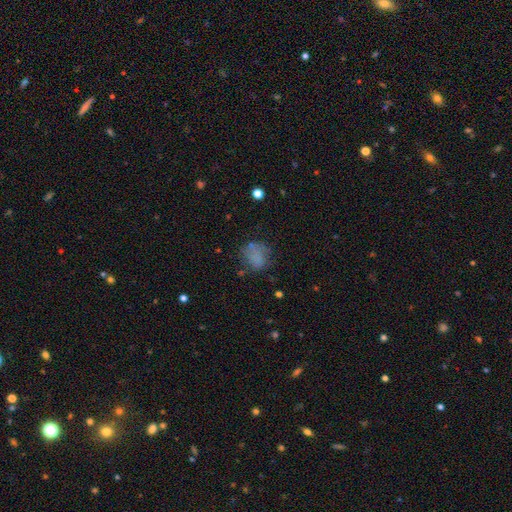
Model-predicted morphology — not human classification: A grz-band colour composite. It shows a smooth galaxy with no disk features (70%) that is round (54%). Merging: none (54%).